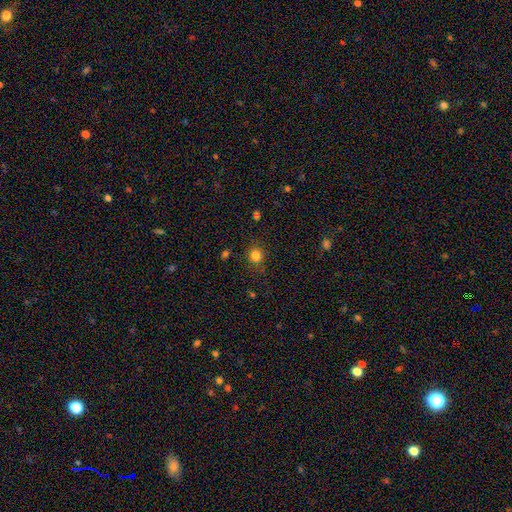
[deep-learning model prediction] smooth 82%, star or artifact 13%, featured or disk 5%. Down the decision tree: how rounded — round (87%); merging — none (84%).